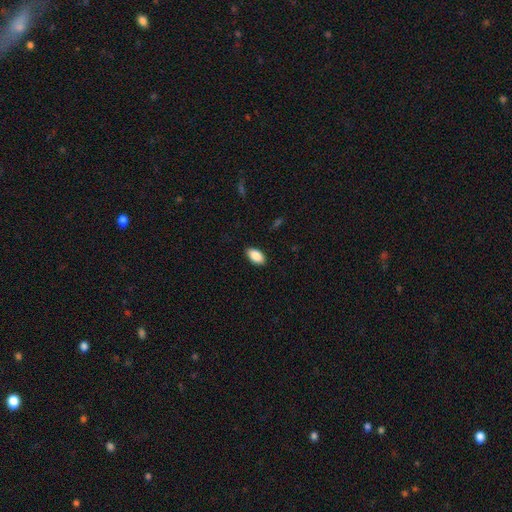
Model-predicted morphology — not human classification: smooth 88%, star or artifact 7%, featured or disk 5%. Down the decision tree: how rounded — in between (94%); merging — none (88%).